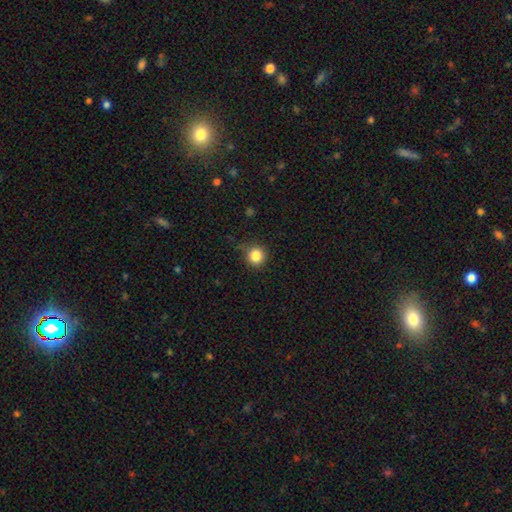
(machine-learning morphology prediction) A smooth galaxy with no disk features (85%) that is round (93%).

Vote fractions:
- Smooth or featured? smooth: 85% / star or artifact: 11% / featured or disk: 4%
- How rounded? round: 93% / in between: 6% / cigar-shaped: 1%
- Merging? none: 82% / minor disturbance: 13% / major disturbance: 3% / merger: 1%